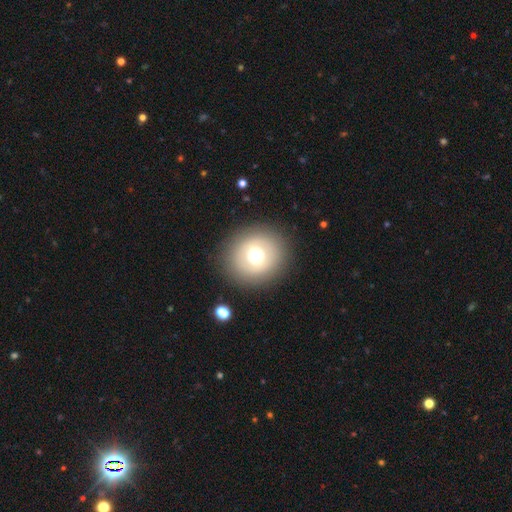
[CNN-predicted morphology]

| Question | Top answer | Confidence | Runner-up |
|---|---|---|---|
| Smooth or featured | smooth | 65% | featured or disk (24%) |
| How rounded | round | 87% | in between (12%) |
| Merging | none | 87% | minor disturbance (7%) |